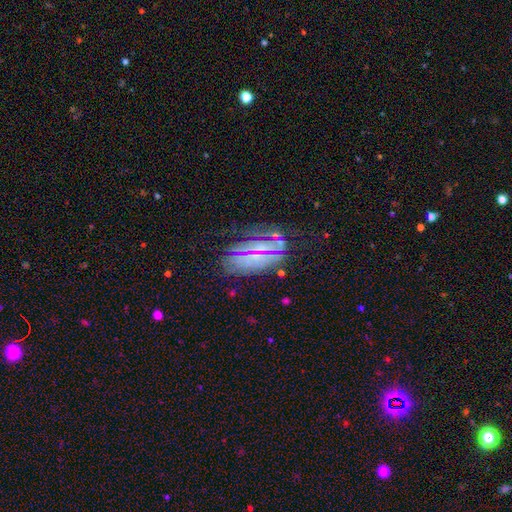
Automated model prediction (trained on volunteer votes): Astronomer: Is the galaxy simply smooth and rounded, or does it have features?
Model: featured or disk — 49% (runner-up: star or artifact, 29%).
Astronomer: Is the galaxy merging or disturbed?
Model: none — 65%.